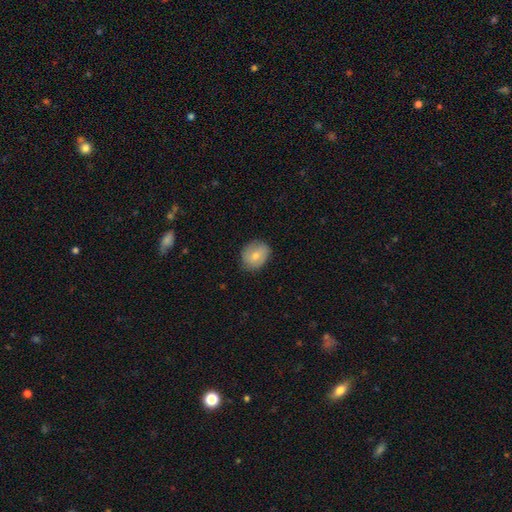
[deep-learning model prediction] smooth-or-featured: smooth: 70% | featured or disk: 23% | star or artifact: 7%
  how-rounded: round: 60% | in between: 39% | cigar-shaped: 1%
  merging: none: 79% | minor disturbance: 17% | major disturbance: 3% | merger: 1%